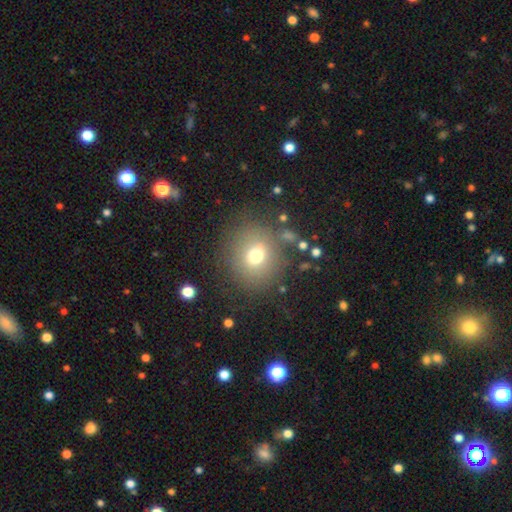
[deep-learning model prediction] This appears to be a smooth galaxy with no disk features (69%) that is round (85%). Merging: none (78%).